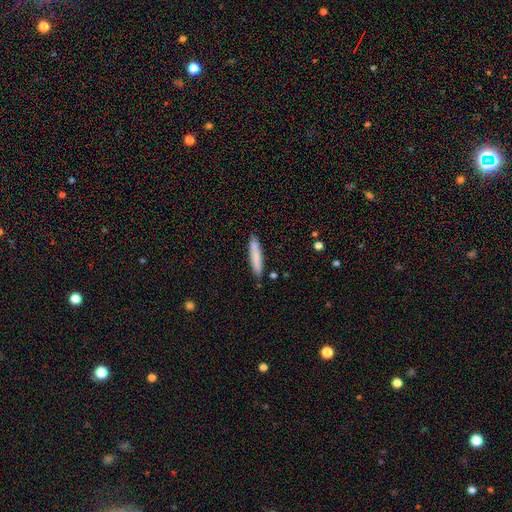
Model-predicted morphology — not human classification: smooth_or_featured: smooth (p=0.79) [alt: featured or disk p=0.15]
how_rounded: cigar-shaped (p=0.90) [alt: in between p=0.08]
merging: none (p=0.84) [alt: minor disturbance p=0.11]